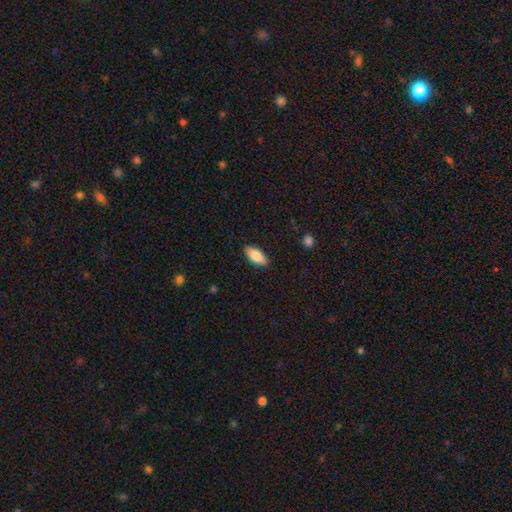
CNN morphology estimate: smooth 81%, featured or disk 12%, star or artifact 6%. Down the decision tree: how rounded — in between (83%); merging — none (87%).